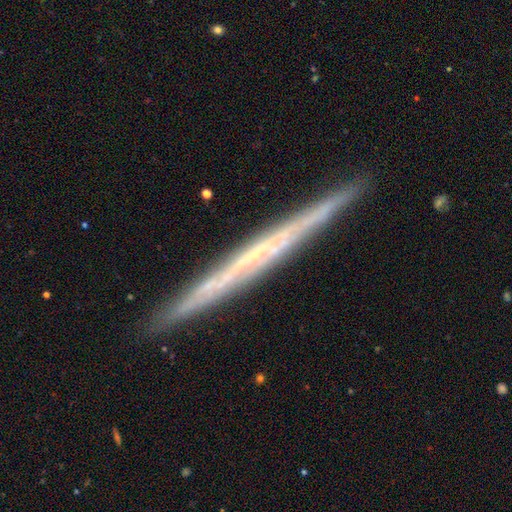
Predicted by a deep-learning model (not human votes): featured or disk 74%, smooth 20%, star or artifact 6%. Down the decision tree: edge-on disk — yes (98%); edge-on bulge — none (79%); merging — none (91%).